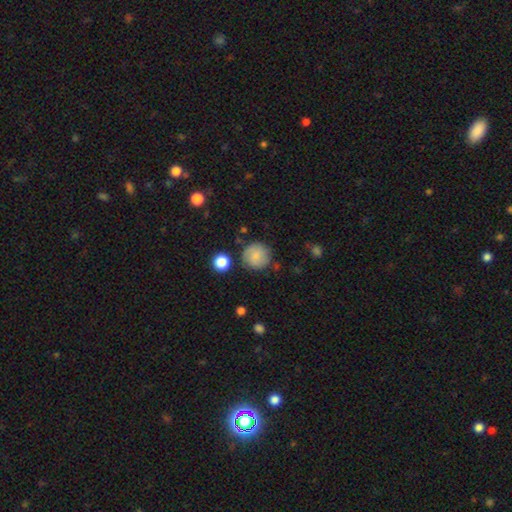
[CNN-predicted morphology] Overall: smooth (80%). How rounded: round (94%). Merging: none (81%).